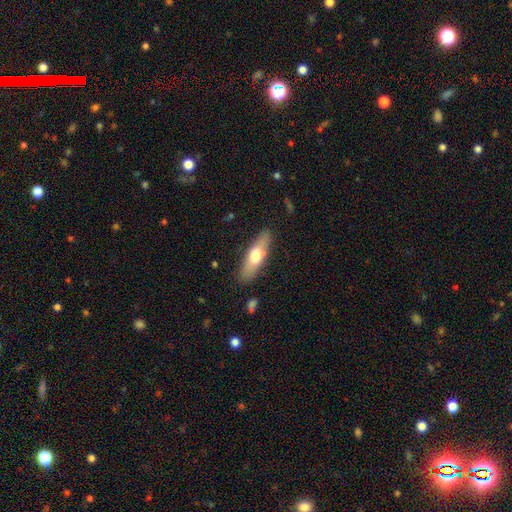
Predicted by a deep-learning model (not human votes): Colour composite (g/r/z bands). It shows a smooth galaxy with no disk features (58%) that is cigar-shaped (55%). Merging: none (85%).